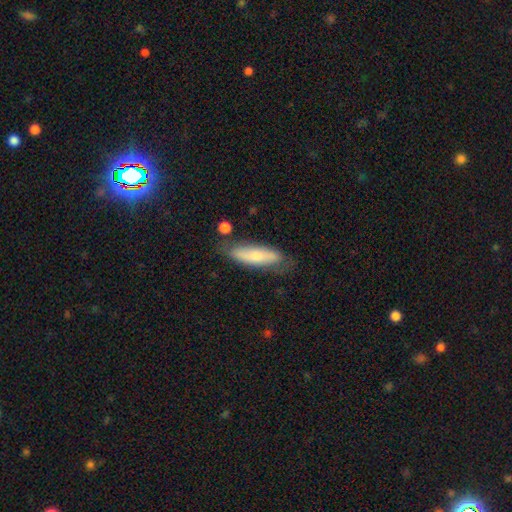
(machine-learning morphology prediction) Smooth or featured: smooth — 65% (featured or disk — 28%)
How rounded: cigar-shaped — 58% (in between — 40%)
Merging: none — 68% (minor disturbance — 22%)